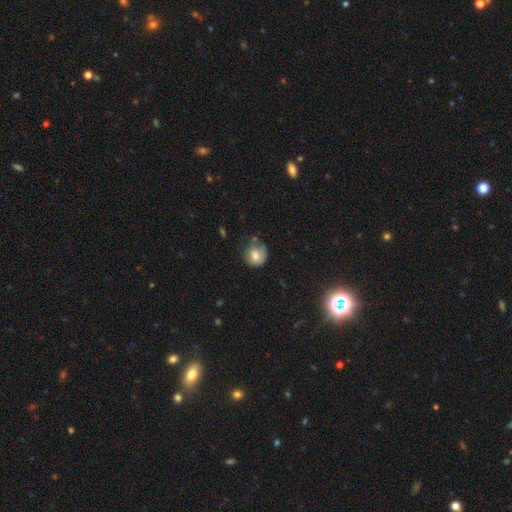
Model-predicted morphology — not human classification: Smooth or featured: smooth — 73% (featured or disk — 17%)
How rounded: round — 84% (in between — 15%)
Merging: none — 54% (minor disturbance — 29%)